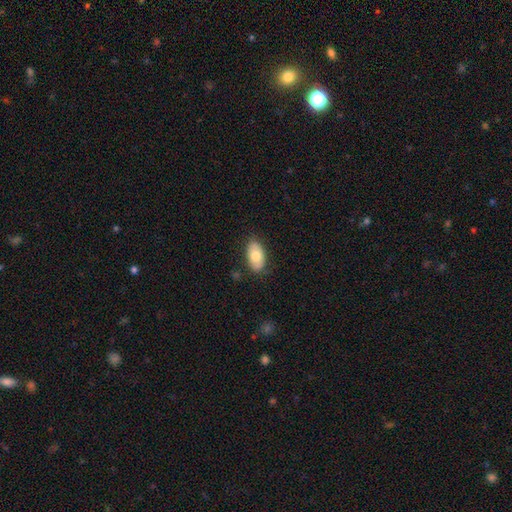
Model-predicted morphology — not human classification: This appears to be a smooth galaxy with no disk features (74%) that is in between round and cigar-shaped (94%). Merging: none (82%).